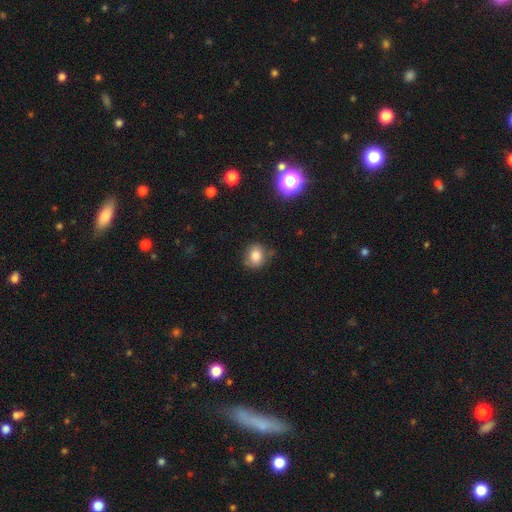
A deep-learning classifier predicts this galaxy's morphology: A smooth galaxy with no disk features (80%) that is round (68%).

Vote fractions:
- Smooth or featured? smooth: 80% / star or artifact: 11% / featured or disk: 8%
- How rounded? round: 68% / in between: 31% / cigar-shaped: 1%
- Merging? none: 73% / minor disturbance: 20% / major disturbance: 4% / merger: 3%